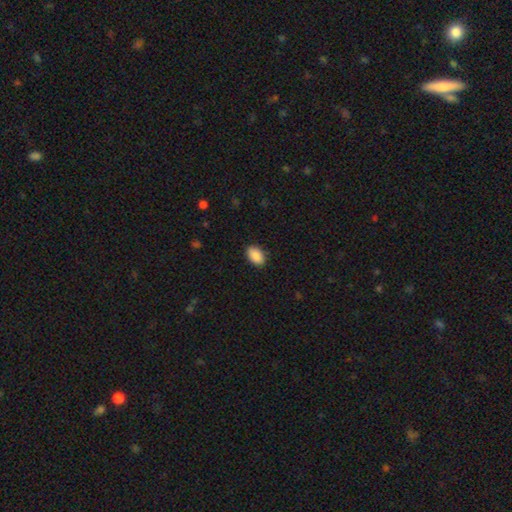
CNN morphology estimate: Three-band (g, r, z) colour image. It shows a smooth galaxy with no disk features (90%) that is in between round and cigar-shaped (89%). Merging: none (88%).